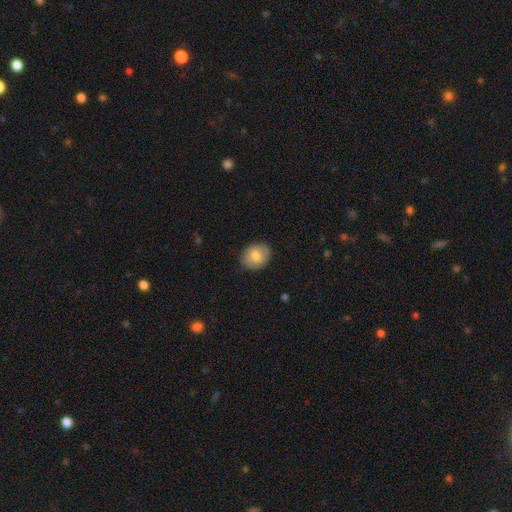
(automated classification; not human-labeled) Overall: smooth (77%). How rounded: round (50%; in between 49%). Merging: none (85%).